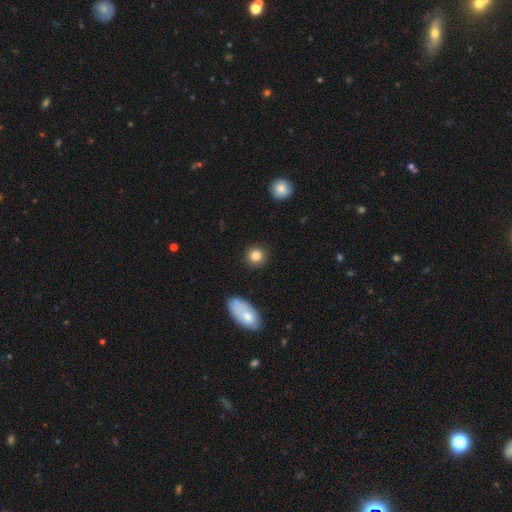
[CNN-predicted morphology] This appears to be a smooth galaxy with no disk features (85%) that is round (90%). Merging: none (89%).